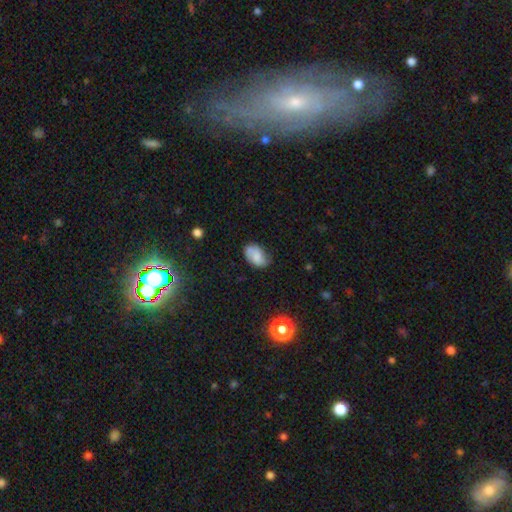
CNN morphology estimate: The model was most divided on "merging": none: 60%, minor disturbance: 29%, major disturbance: 8%, merger: 4%. More confident: how rounded — in between (87%); smooth or featured — smooth (65%).